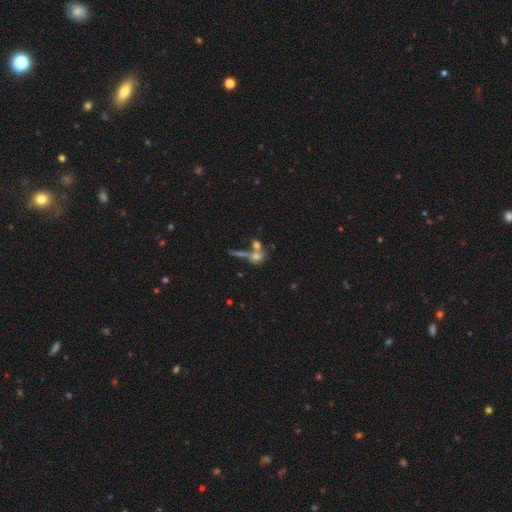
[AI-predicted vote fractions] smooth-or-featured: smooth: 53% | featured or disk: 29% | star or artifact: 18%
  how-rounded: round: 56% | in between: 31% | cigar-shaped: 13%
  merging: merger: 45% | none: 36% | major disturbance: 10% | minor disturbance: 9%